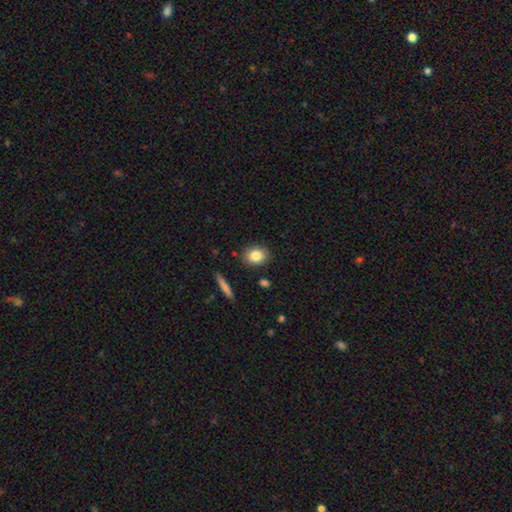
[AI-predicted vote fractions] This is clearly a smooth galaxy (84%). How rounded: possibly round (49%). Merging: clearly none (87%).